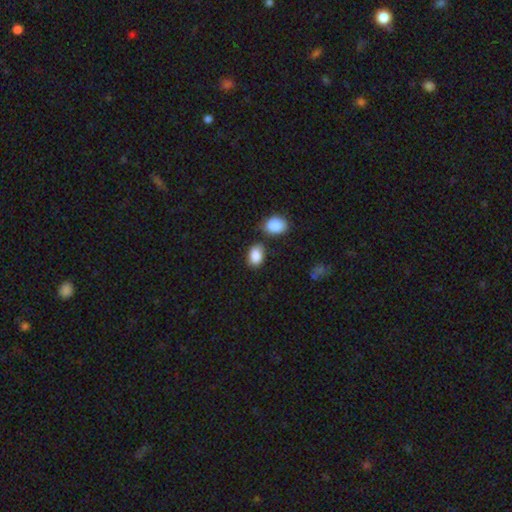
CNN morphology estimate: Overall: smooth (88%). How rounded: in between (82%). Merging: none (67%).